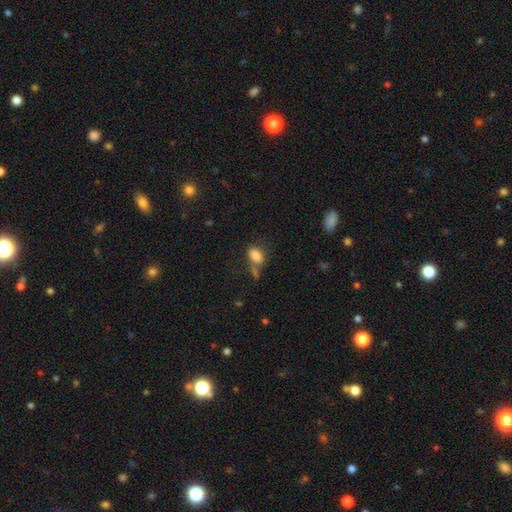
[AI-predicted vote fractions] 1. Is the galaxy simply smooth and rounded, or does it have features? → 81% smooth, 10% star or artifact, 9% featured or disk.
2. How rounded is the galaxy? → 86% in between, 11% round, 3% cigar-shaped.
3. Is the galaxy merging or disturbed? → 43% none, 23% merger, 20% minor disturbance, 13% major disturbance.